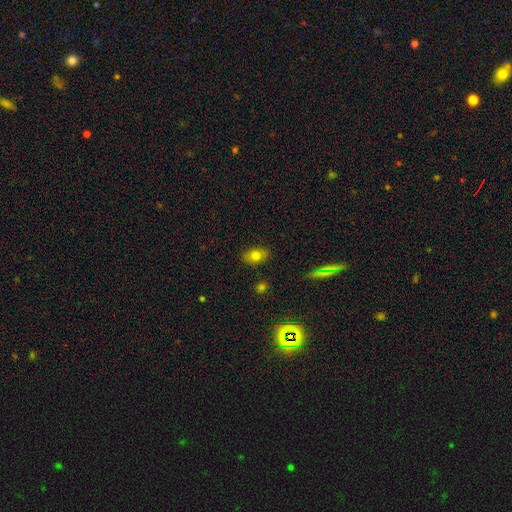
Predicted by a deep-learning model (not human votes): Morphology: type=smooth (76%); roundness=in between (83%); merging=none (85%).